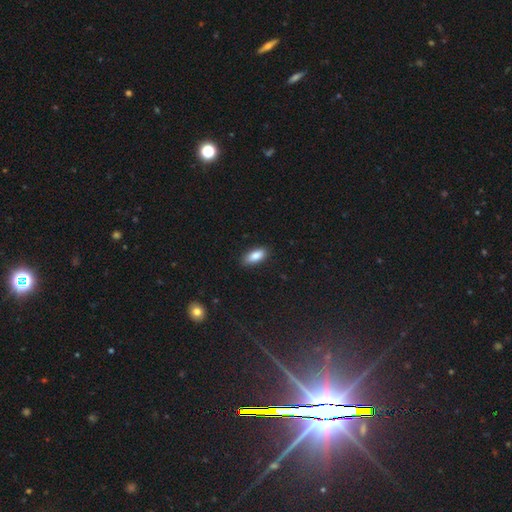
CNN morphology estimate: smooth-or-featured: smooth: 87% | star or artifact: 7% | featured or disk: 6%
  how-rounded: in between: 84% | cigar-shaped: 13% | round: 2%
  merging: none: 85% | minor disturbance: 12% | major disturbance: 2% | merger: 1%